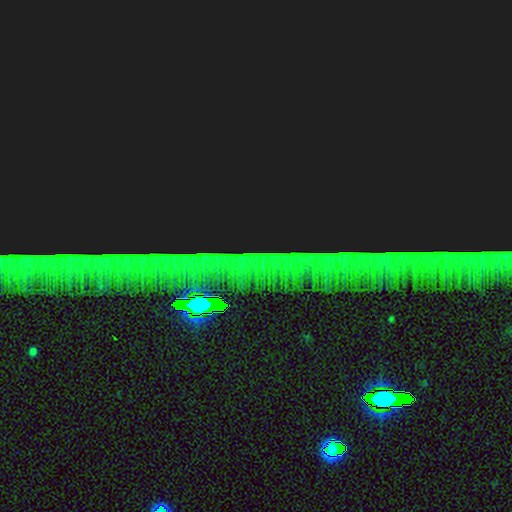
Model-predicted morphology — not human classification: This is clearly a star or artifact rather than a galaxy (84%).